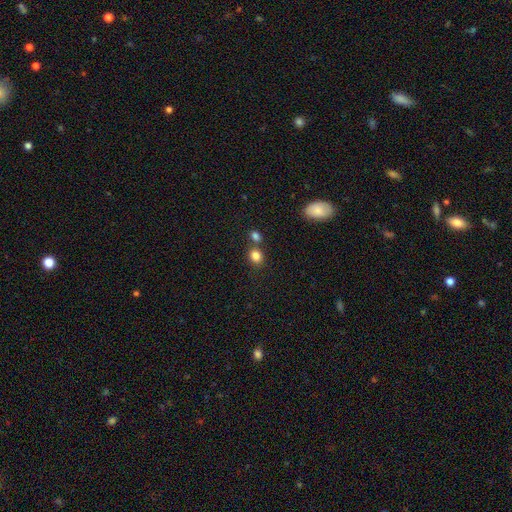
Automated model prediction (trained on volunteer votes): Smooth or featured? Predicted: smooth (p=0.84). How rounded? Predicted: round (p=0.64). Merging? Predicted: none (p=0.63).